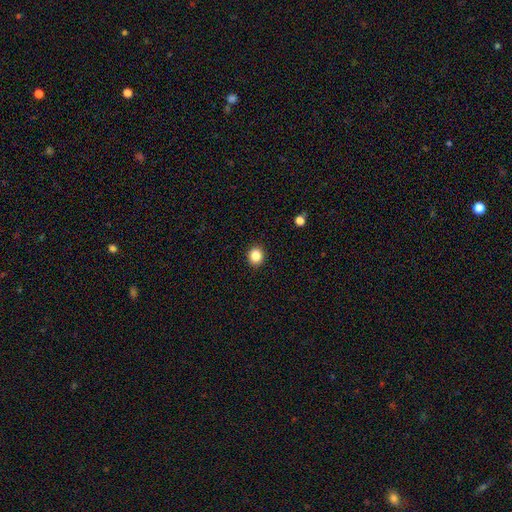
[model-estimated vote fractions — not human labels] Smooth or featured? Predicted: smooth (p=0.85). How rounded? Predicted: round (p=0.79). Merging? Predicted: none (p=0.92).